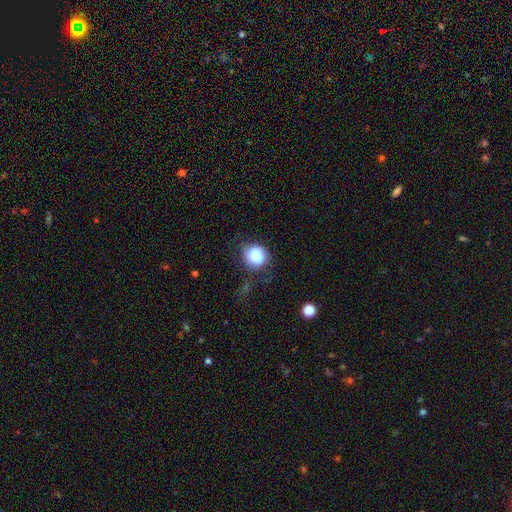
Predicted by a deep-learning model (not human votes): A smooth galaxy with no disk features (80%) that is round (83%). Merging: none (55%).